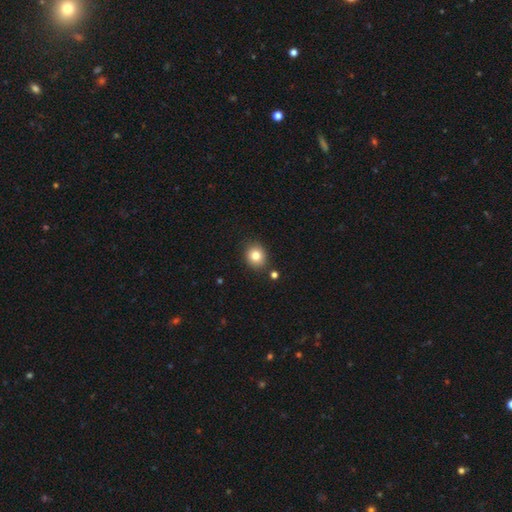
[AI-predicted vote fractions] Overall: smooth (81%). How rounded: round (72%). Merging: none (85%).